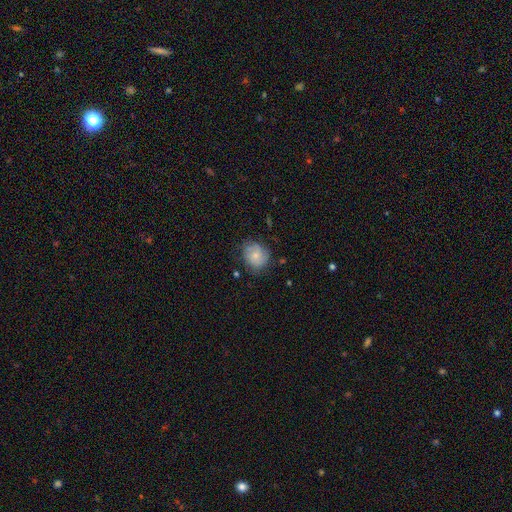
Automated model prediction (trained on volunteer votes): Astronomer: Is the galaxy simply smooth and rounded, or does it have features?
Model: smooth — 50% (runner-up: featured or disk, 42%).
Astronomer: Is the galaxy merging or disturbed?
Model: none — 68%.